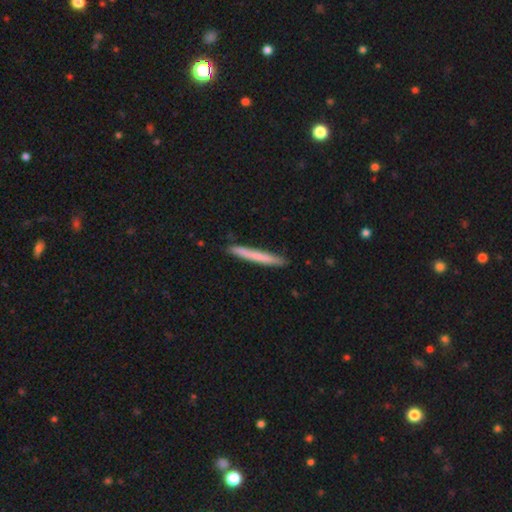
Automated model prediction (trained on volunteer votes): smooth-or-featured: smooth: 70% | featured or disk: 25% | star or artifact: 6%
  how-rounded: cigar-shaped: 97% | in between: 2% | round: 1%
  merging: none: 90% | minor disturbance: 8% | major disturbance: 1% | merger: 1%